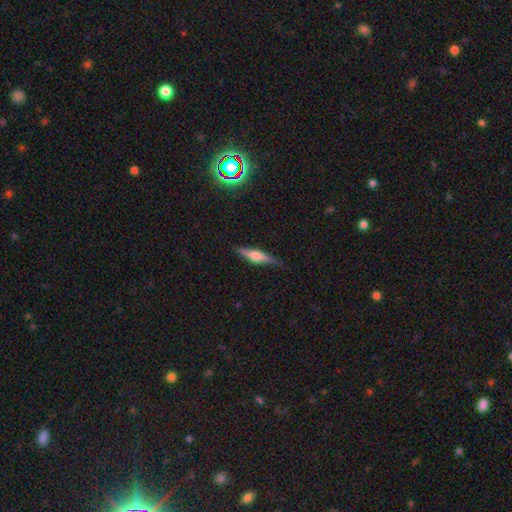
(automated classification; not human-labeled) A featured or disk galaxy (62%) viewed edge-on (96%) with a rounded central bulge (82%).

Vote fractions:
- Smooth or featured? featured or disk: 62% / smooth: 31% / star or artifact: 7%
- Edge-on disk? yes: 96% / no: 4%
- Edge-on bulge? rounded: 82% / boxy: 13% / none: 5%
- Merging? none: 85% / minor disturbance: 12% / major disturbance: 2% / merger: 1%